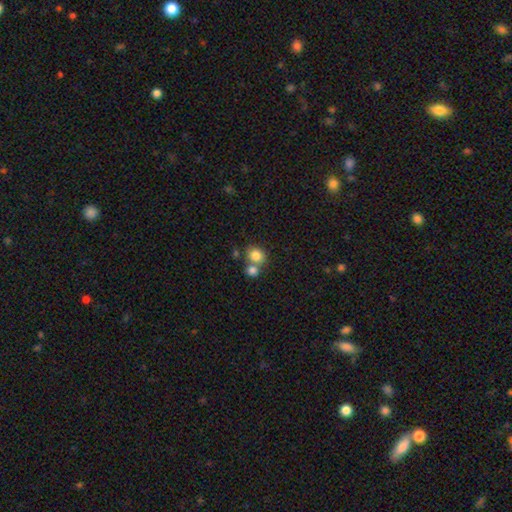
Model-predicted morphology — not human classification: A smooth galaxy with no disk features (81%) that is round (75%).

Vote fractions:
- Smooth or featured? smooth: 81% / star or artifact: 10% / featured or disk: 8%
- How rounded? round: 75% / in between: 24% / cigar-shaped: 1%
- Merging? none: 48% / merger: 41% / minor disturbance: 8% / major disturbance: 3%